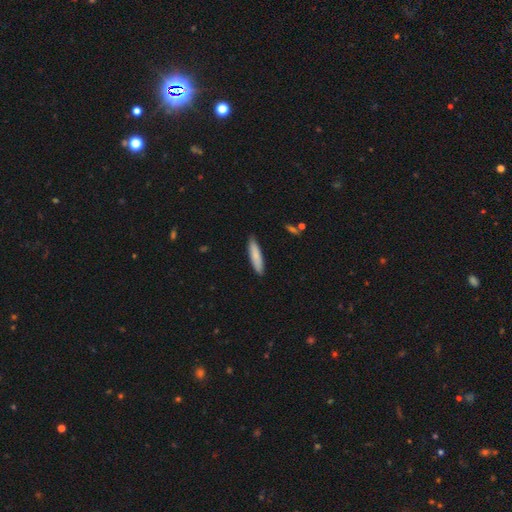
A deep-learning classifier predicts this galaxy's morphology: Smooth or featured? smooth (82%)
How rounded? cigar-shaped (76%)
Merging? none (88%)